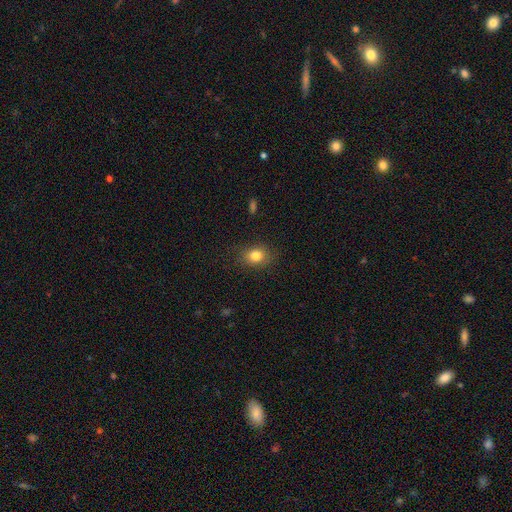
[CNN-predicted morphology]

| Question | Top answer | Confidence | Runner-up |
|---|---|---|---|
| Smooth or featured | smooth | 81% | star or artifact (11%) |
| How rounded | round | 52% | in between (47%) |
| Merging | none | 85% | minor disturbance (10%) |